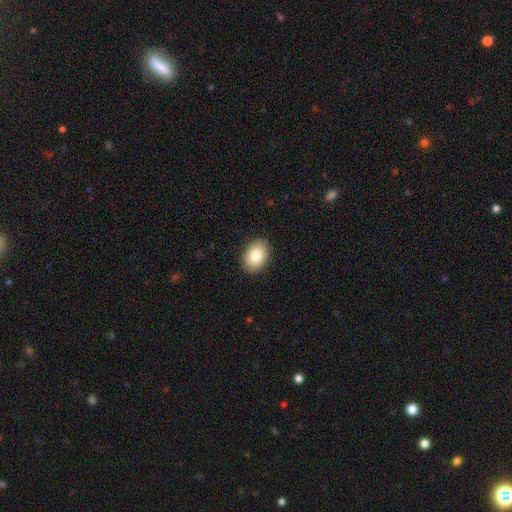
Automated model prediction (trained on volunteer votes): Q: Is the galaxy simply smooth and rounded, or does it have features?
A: smooth — 84%.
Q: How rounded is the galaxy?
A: in between — 82%.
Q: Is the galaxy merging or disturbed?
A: none — 89%.